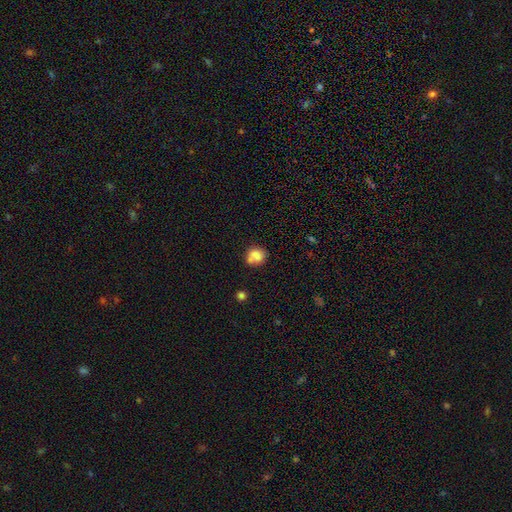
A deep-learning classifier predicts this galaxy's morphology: This is likely a smooth galaxy (74%). How rounded: likely round (65%). Merging: possibly none (45%).